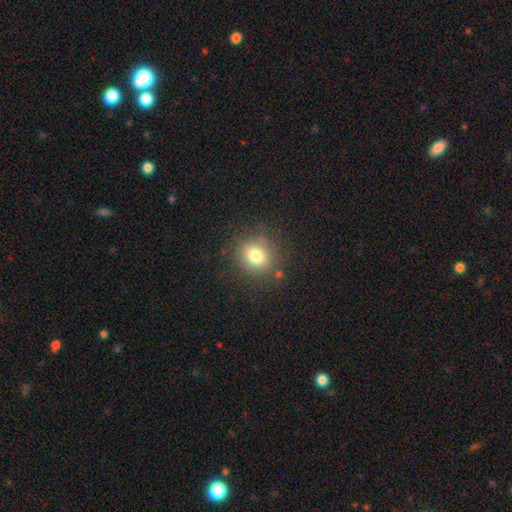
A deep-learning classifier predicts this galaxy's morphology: Smooth or featured?
  - smooth: 78% *
  - star or artifact: 14%
  - featured or disk: 9%
How rounded?
  - round: 84% *
  - in between: 15%
  - cigar-shaped: 1%
Merging?
  - none: 84% *
  - minor disturbance: 10%
  - major disturbance: 4%
  - merger: 2%